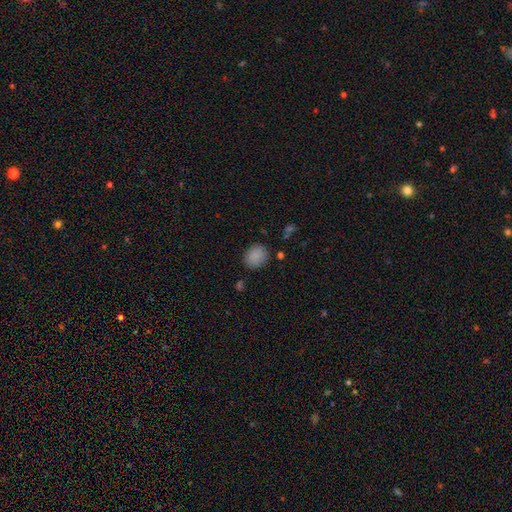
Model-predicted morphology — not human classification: This appears to be a smooth galaxy with no disk features (87%) that is round (61%). Merging: none (83%).